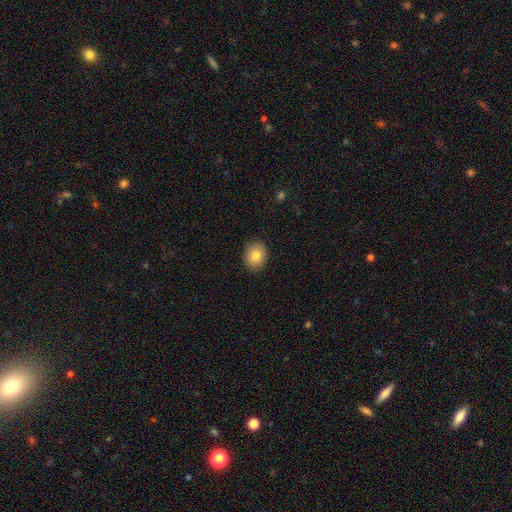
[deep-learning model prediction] smooth 82%, featured or disk 9%, star or artifact 9%. Down the decision tree: how rounded — round (50%); merging — none (89%).